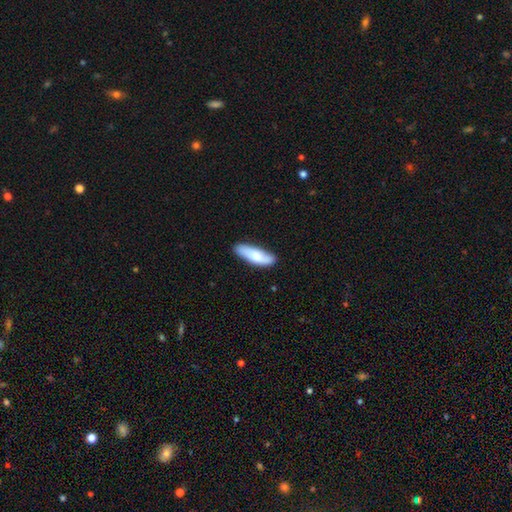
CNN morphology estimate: Smooth or featured? Predicted: smooth (p=0.72). How rounded? Predicted: in between (p=0.50). Merging? Predicted: none (p=0.81).